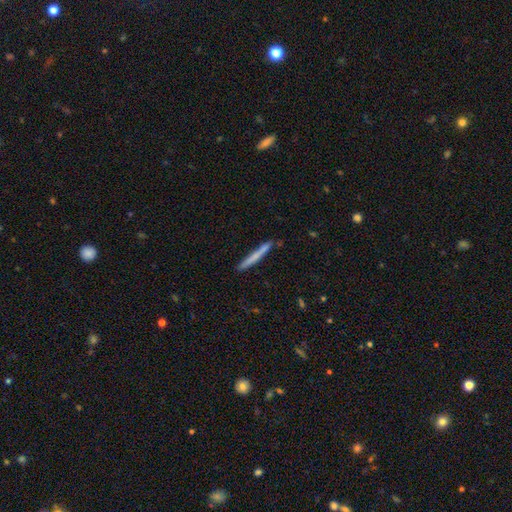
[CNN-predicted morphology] Smooth or featured: smooth — 63% (featured or disk — 31%)
How rounded: cigar-shaped — 97% (in between — 2%)
Merging: none — 86% (minor disturbance — 10%)